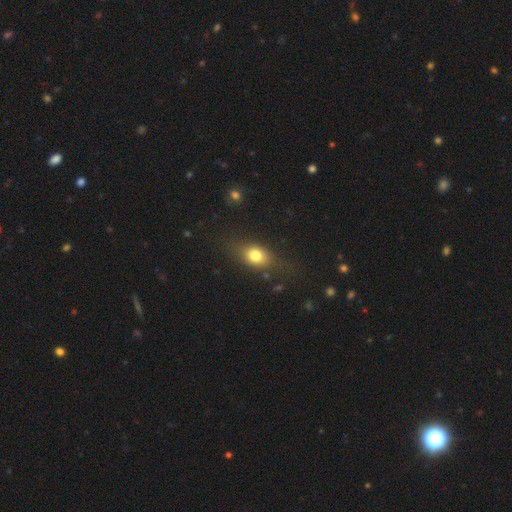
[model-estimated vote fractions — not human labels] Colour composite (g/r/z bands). It shows a smooth galaxy with no disk features (75%) that is in between round and cigar-shaped (60%). Merging: none (73%).